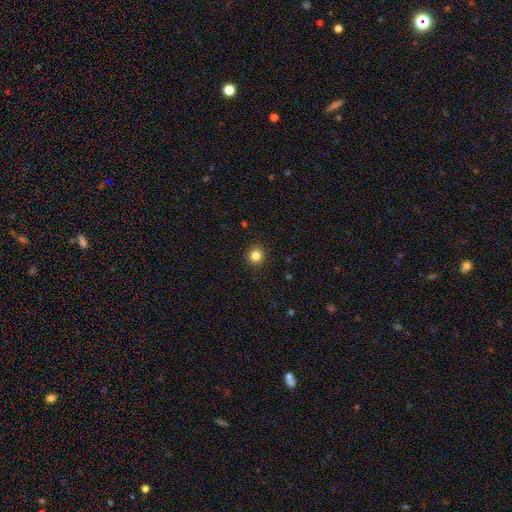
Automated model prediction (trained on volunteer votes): Smooth or featured? Predicted: smooth (p=0.84). How rounded? Predicted: round (p=0.93). Merging? Predicted: none (p=0.92).